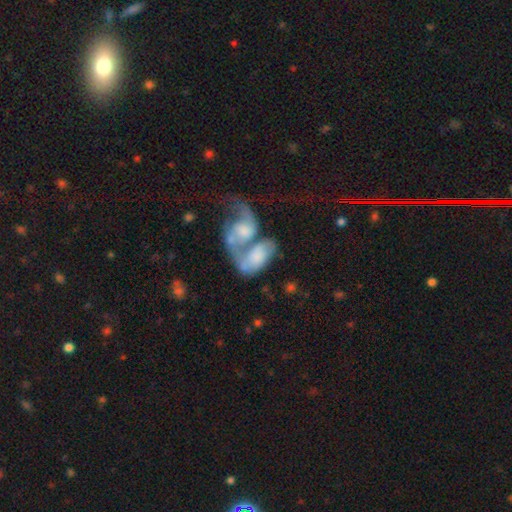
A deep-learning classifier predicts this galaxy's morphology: Smooth or featured? Predicted: featured or disk (p=0.62). Edge-on disk? Predicted: no (p=0.96). Bar? Predicted: no (p=0.63). Spiral arms? Predicted: yes (p=0.78). Bulge size? Predicted: moderate (p=0.31). Merging? Predicted: merger (p=0.75).